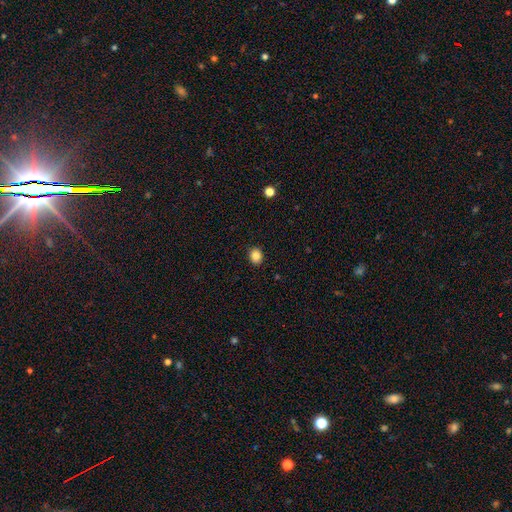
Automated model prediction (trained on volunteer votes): Morphology: type=smooth (86%); roundness=round (58%); merging=none (90%).